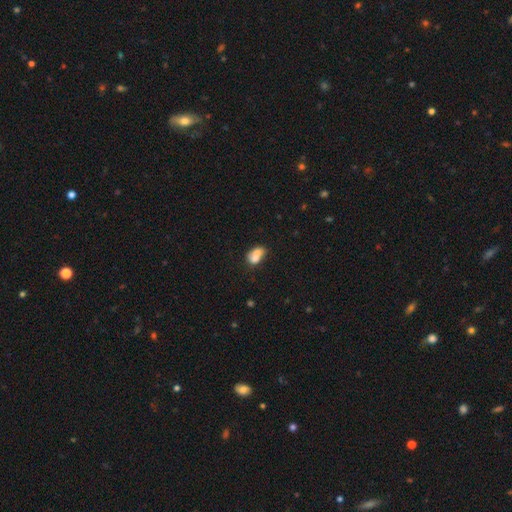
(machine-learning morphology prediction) This appears to be a smooth galaxy with no disk features (69%) that is in between round and cigar-shaped (75%). Merging: merger (48%).